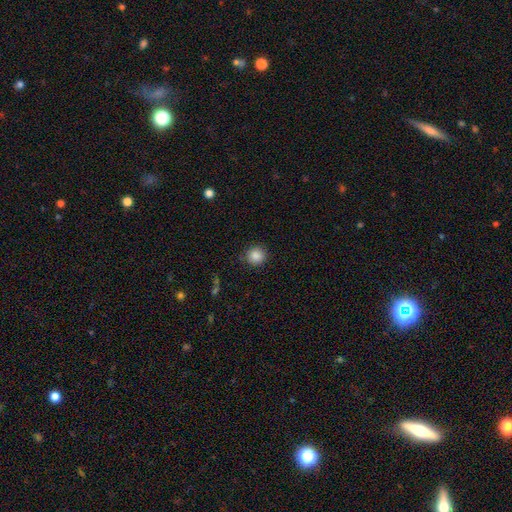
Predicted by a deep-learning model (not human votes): smooth-or-featured: smooth: 87% | star or artifact: 10% | featured or disk: 4%
  how-rounded: round: 91% | in between: 8% | cigar-shaped: 1%
  merging: none: 86% | minor disturbance: 10% | major disturbance: 3% | merger: 1%